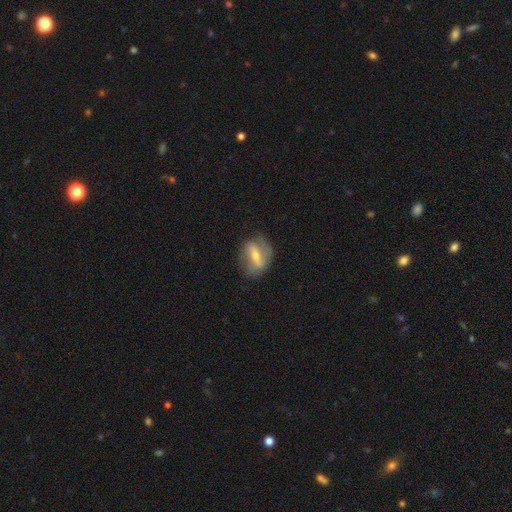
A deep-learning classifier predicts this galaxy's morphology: This appears to be a featured or disk galaxy (63%) with a strong bar (50%), spiral arms (69%) and a moderate central bulge (47%). Merging: none (67%).